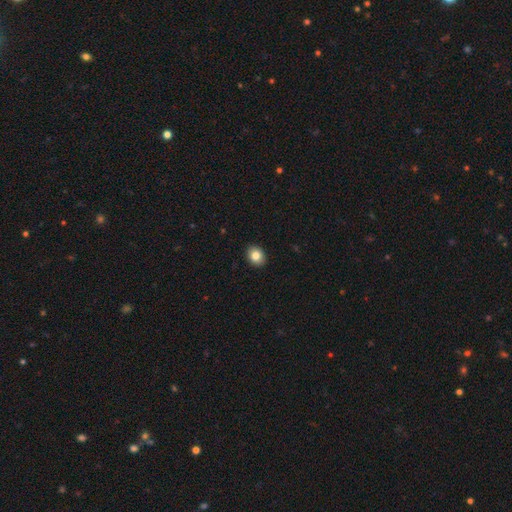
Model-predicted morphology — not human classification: type=smooth (84%); roundness=in between (51%); merging=none (91%).